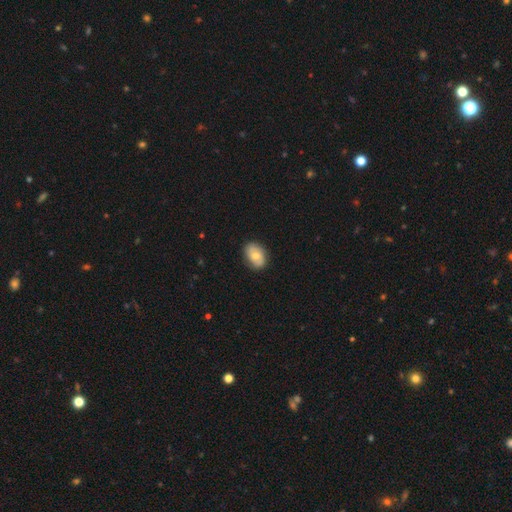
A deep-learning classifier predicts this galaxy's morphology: Smooth or featured?
  - smooth: 63% *
  - featured or disk: 30%
  - star or artifact: 7%
How rounded?
  - in between: 79% *
  - round: 20%
  - cigar-shaped: 1%
Merging?
  - none: 82% *
  - minor disturbance: 14%
  - major disturbance: 3%
  - merger: 1%